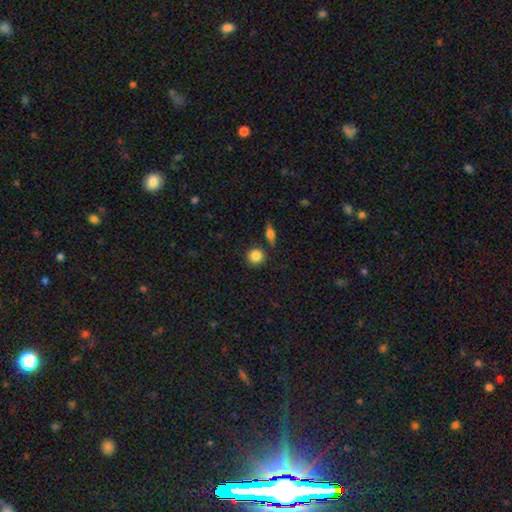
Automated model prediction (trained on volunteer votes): This is clearly a smooth galaxy (86%). How rounded: clearly round (89%). Merging: clearly none (82%).